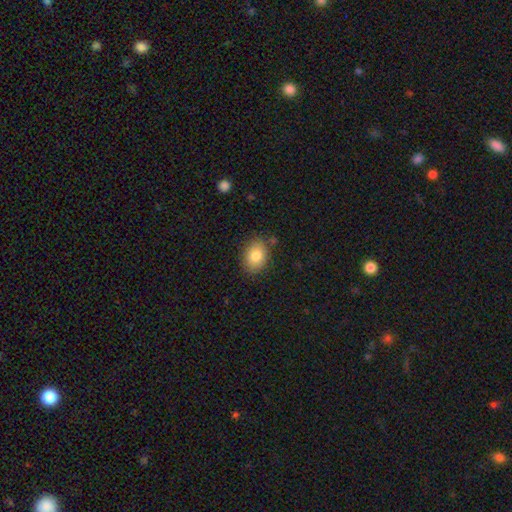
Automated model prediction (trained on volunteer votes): Q: Smooth or featured?
A: smooth (84%); runner-up: featured or disk (8%)
Q: How rounded?
A: in between (75%); runner-up: round (24%)
Q: Merging?
A: none (82%); runner-up: minor disturbance (13%)